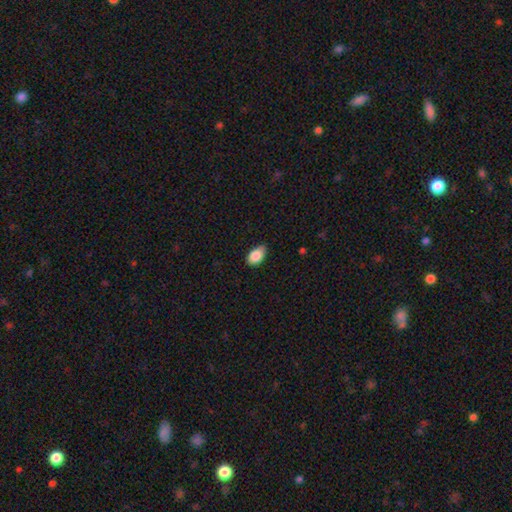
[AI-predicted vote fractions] A smooth galaxy with no disk features (87%) that is in between round and cigar-shaped (91%).

Vote fractions:
- Smooth or featured? smooth: 87% / star or artifact: 7% / featured or disk: 6%
- How rounded? in between: 91% / round: 7% / cigar-shaped: 1%
- Merging? none: 74% / minor disturbance: 22% / major disturbance: 3% / merger: 1%